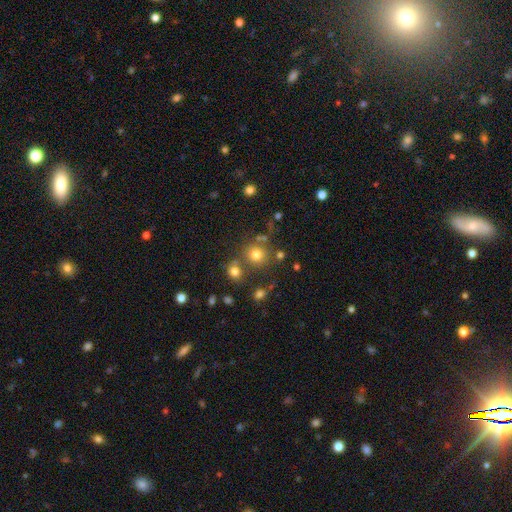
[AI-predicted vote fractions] A smooth galaxy with no disk features (68%) that is round (90%). Merging: none (71%).